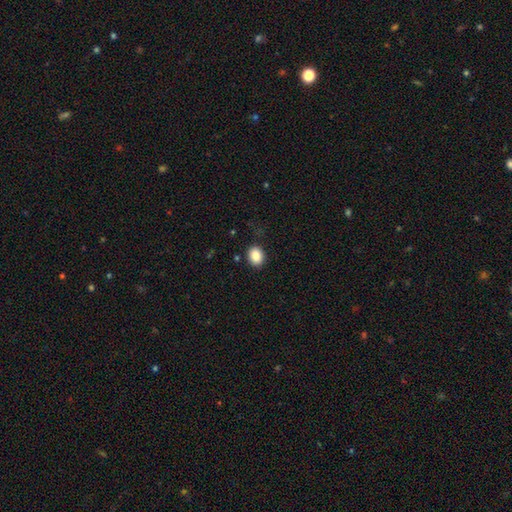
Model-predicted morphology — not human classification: smooth-or-featured: smooth: 88% | star or artifact: 8% | featured or disk: 3%
  how-rounded: in between: 52% | round: 47% | cigar-shaped: 1%
  merging: none: 86% | minor disturbance: 10% | major disturbance: 3% | merger: 1%